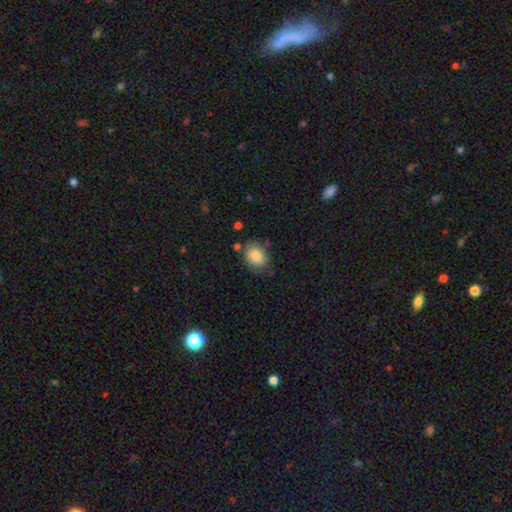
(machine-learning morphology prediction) smooth_or_featured: smooth (p=0.84) [alt: featured or disk p=0.08]
how_rounded: in between (p=0.64) [alt: round p=0.35]
merging: none (p=0.70) [alt: minor disturbance p=0.20]